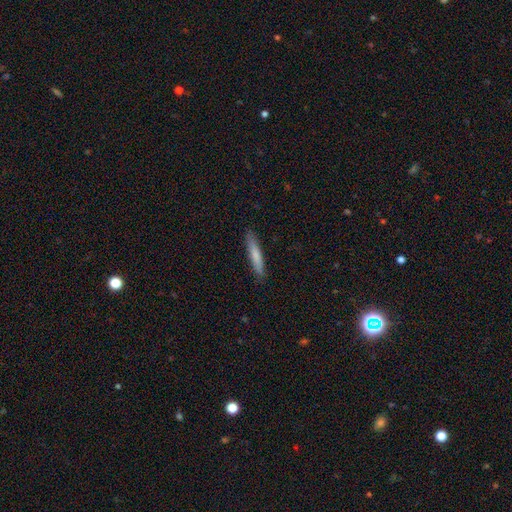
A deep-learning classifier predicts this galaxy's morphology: smooth_or_featured: smooth (p=0.74) [alt: featured or disk p=0.20]
how_rounded: cigar-shaped (p=0.92) [alt: in between p=0.07]
merging: none (p=0.88) [alt: minor disturbance p=0.09]